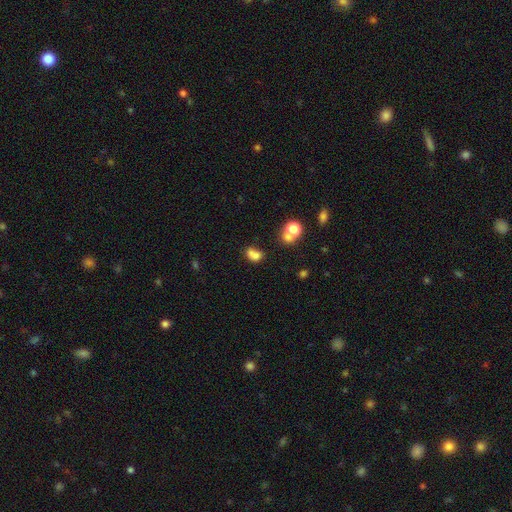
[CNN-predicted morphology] This is likely a smooth galaxy (74%). How rounded: likely in between (63%). Merging: possibly merger (46%).